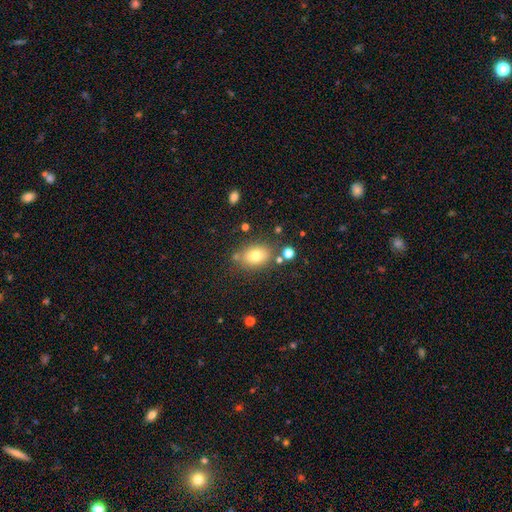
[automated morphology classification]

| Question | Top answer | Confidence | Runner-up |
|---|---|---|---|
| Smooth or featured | smooth | 76% | featured or disk (13%) |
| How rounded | in between | 70% | round (29%) |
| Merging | none | 74% | minor disturbance (13%) |